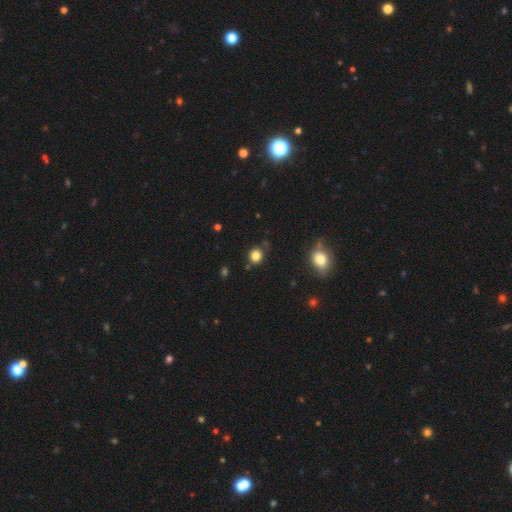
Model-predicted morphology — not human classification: smooth 82%, star or artifact 12%, featured or disk 5%. Down the decision tree: how rounded — round (79%); merging — none (82%).